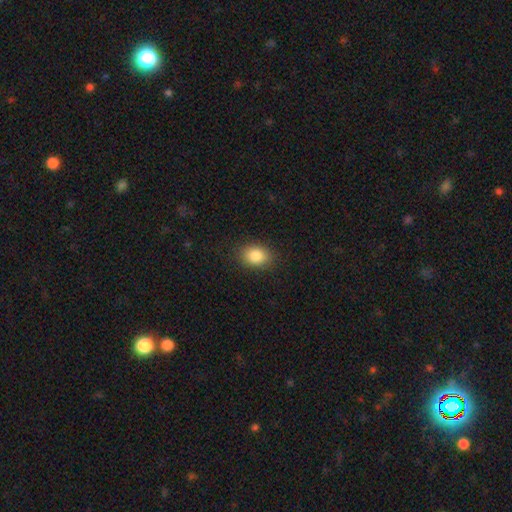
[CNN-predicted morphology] type=smooth (86%); roundness=in between (72%); merging=none (86%).